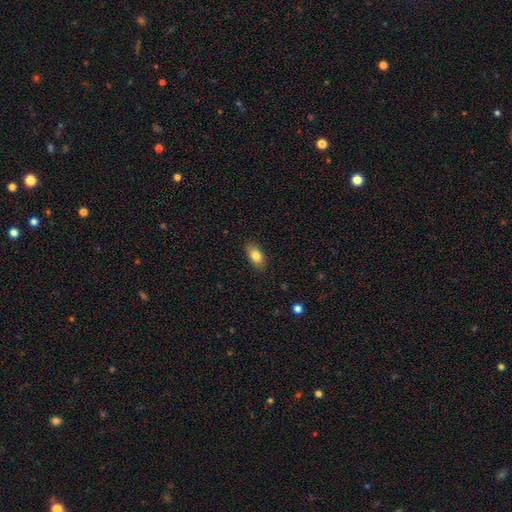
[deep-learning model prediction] smooth-or-featured: smooth: 83% | featured or disk: 10% | star or artifact: 7%
  how-rounded: in between: 91% | round: 5% | cigar-shaped: 4%
  merging: none: 88% | minor disturbance: 9% | major disturbance: 2% | merger: 1%